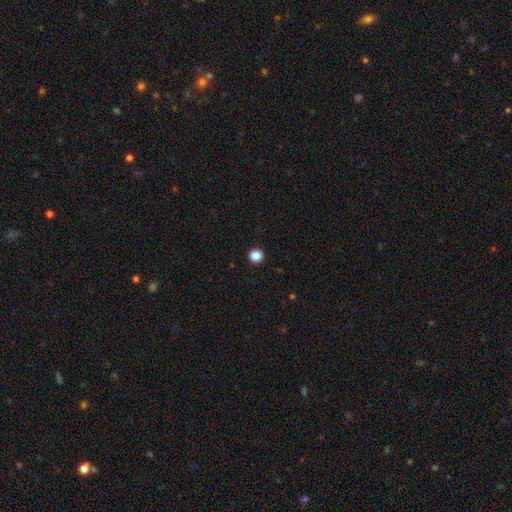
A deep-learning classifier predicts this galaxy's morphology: Smooth or featured? smooth (87%)
How rounded? round (92%)
Merging? none (93%)